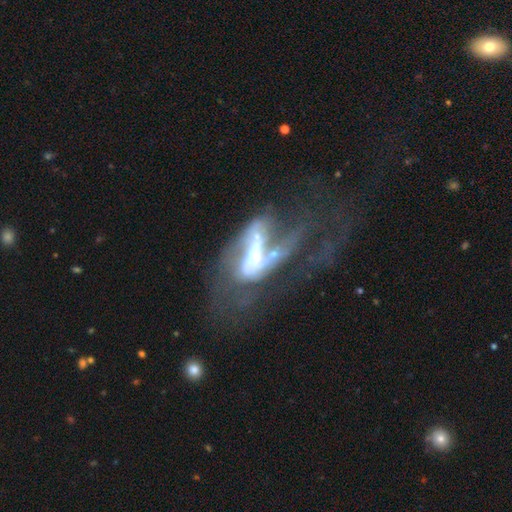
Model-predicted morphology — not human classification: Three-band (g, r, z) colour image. It shows a featured or disk galaxy (72%) with no bar (48%), spiral arms (54%) and a moderate central bulge (42%). Merging: merger (41%).